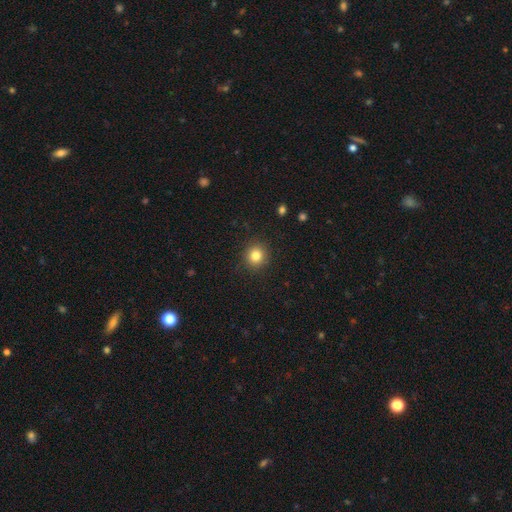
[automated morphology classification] smooth_or_featured: smooth (p=0.83) [alt: star or artifact p=0.11]
how_rounded: round (p=0.89) [alt: in between p=0.10]
merging: none (p=0.90) [alt: minor disturbance p=0.07]